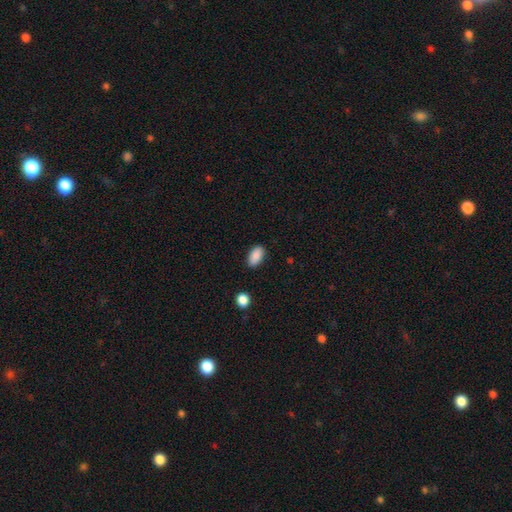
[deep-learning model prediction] smooth_or_featured: smooth (p=0.89) [alt: star or artifact p=0.07]
how_rounded: in between (p=0.93) [alt: round p=0.05]
merging: none (p=0.87) [alt: minor disturbance p=0.10]